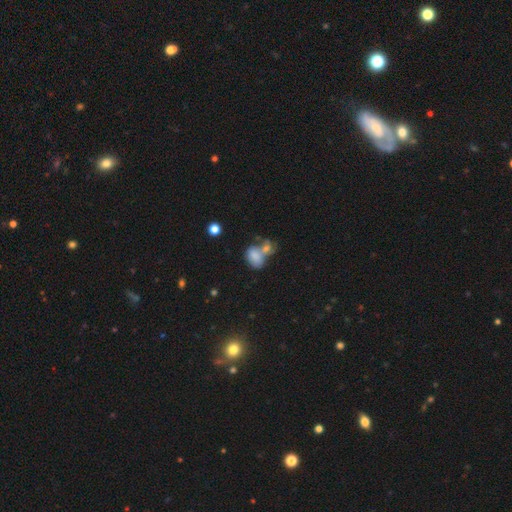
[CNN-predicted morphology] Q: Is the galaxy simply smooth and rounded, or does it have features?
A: smooth — 76%.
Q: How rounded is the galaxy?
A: in between — 81%.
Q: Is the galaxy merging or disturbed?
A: merger — 56%.